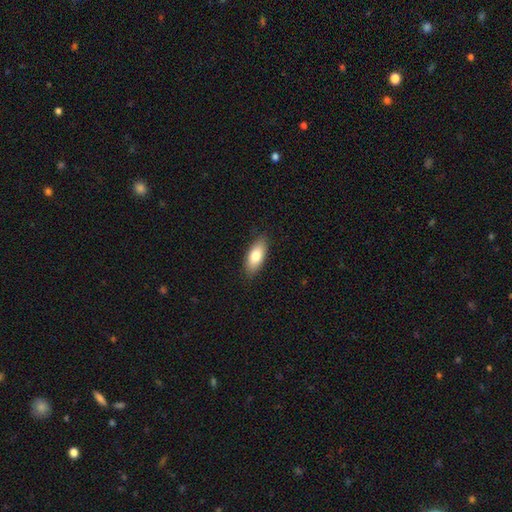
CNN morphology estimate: Smooth or featured? smooth (79%)
How rounded? in between (82%)
Merging? none (87%)